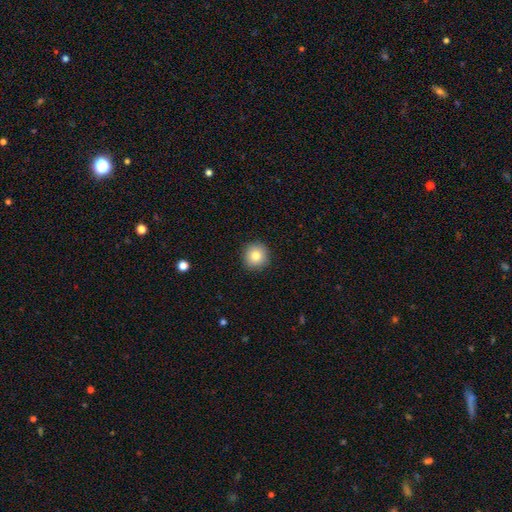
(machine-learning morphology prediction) This appears to be a smooth galaxy with no disk features (82%) that is round (95%). Merging: none (91%).